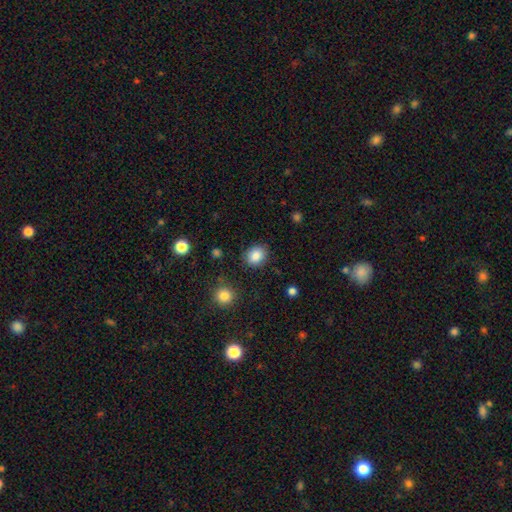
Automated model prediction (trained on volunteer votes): smooth 86%, star or artifact 9%, featured or disk 5%. Down the decision tree: how rounded — round (61%); merging — none (86%).